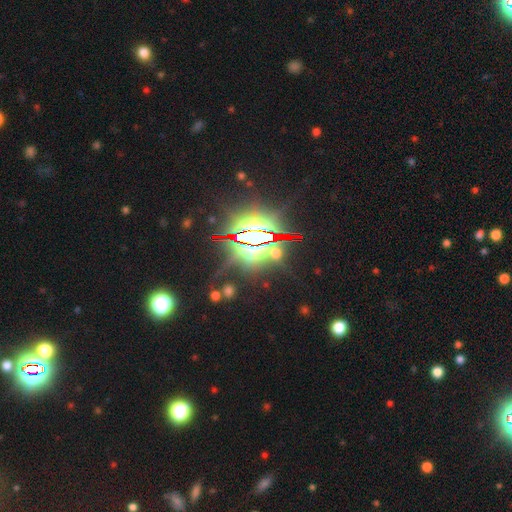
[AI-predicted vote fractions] This is clearly a star or artifact rather than a galaxy (84%).